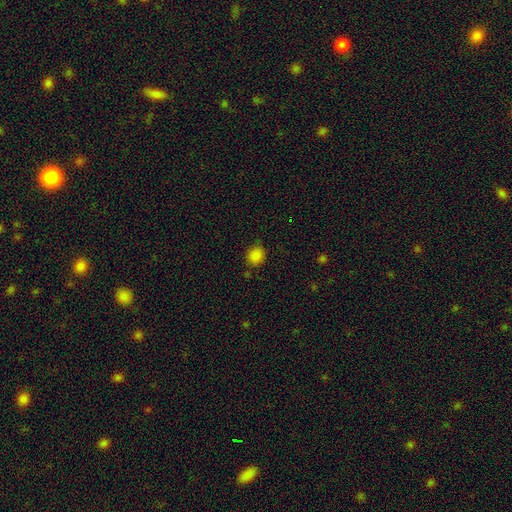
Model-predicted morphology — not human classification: smooth 84%, star or artifact 12%, featured or disk 3%. Down the decision tree: how rounded — round (84%); merging — none (82%).